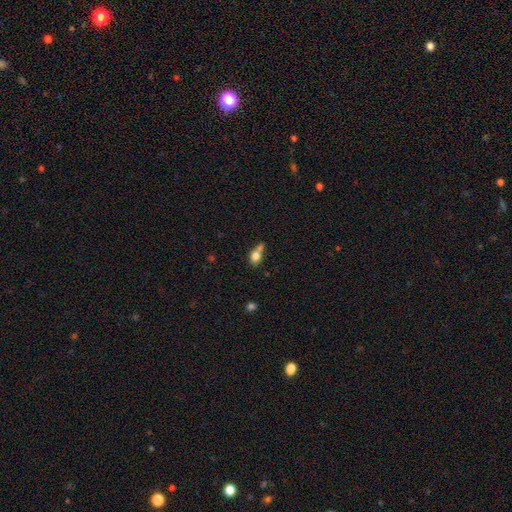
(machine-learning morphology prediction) This appears to be a smooth galaxy with no disk features (76%) that is in between round and cigar-shaped (59%). Merging: merger (44%).